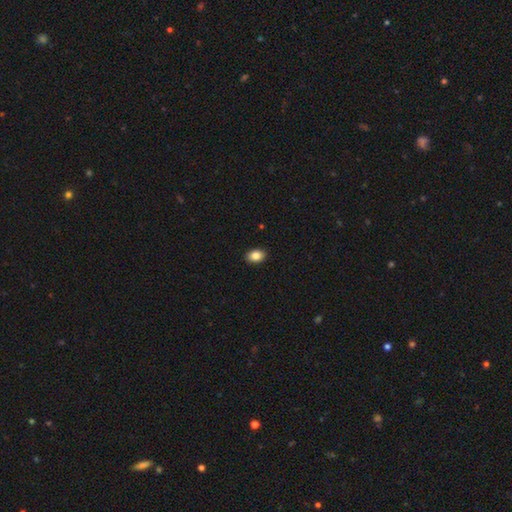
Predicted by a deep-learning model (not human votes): smooth-or-featured: smooth: 86% | star or artifact: 8% | featured or disk: 6%
  how-rounded: in between: 79% | round: 19% | cigar-shaped: 1%
  merging: none: 91% | minor disturbance: 7% | major disturbance: 2% | merger: 1%